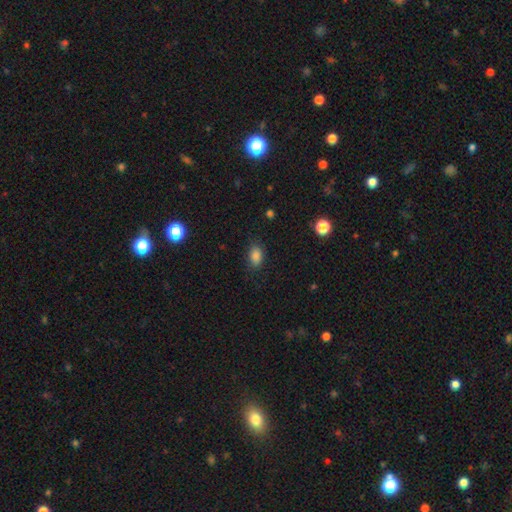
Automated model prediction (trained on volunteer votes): A smooth galaxy with no disk features (85%) that is in between round and cigar-shaped (84%). Merging: none (83%).